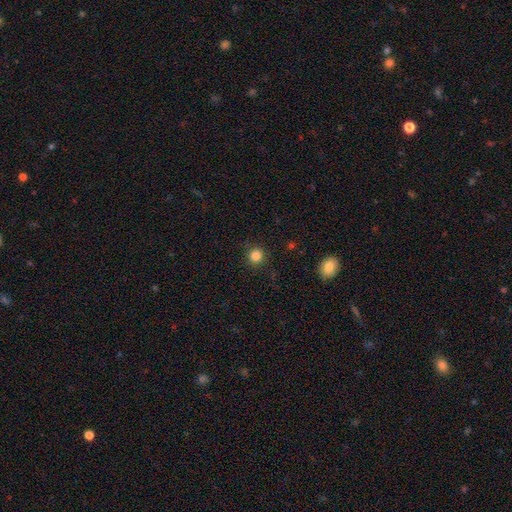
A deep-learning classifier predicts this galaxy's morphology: A smooth galaxy with no disk features (84%) that is round (93%).

Vote fractions:
- Smooth or featured? smooth: 84% / star or artifact: 12% / featured or disk: 4%
- How rounded? round: 93% / in between: 6% / cigar-shaped: 1%
- Merging? none: 90% / minor disturbance: 7% / major disturbance: 2% / merger: 1%